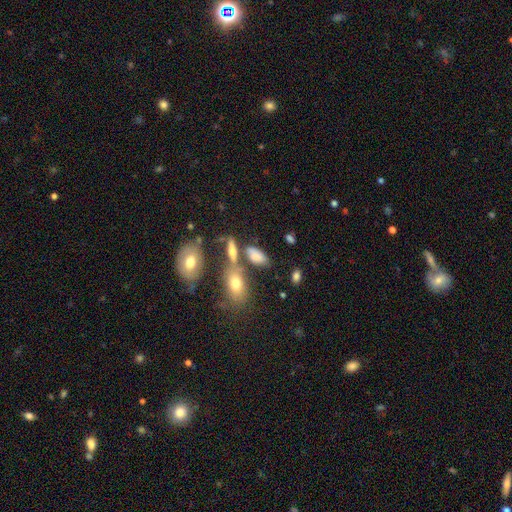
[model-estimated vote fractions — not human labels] This is likely a smooth galaxy (73%). How rounded: clearly in between (83%). Merging: possibly none (52%).